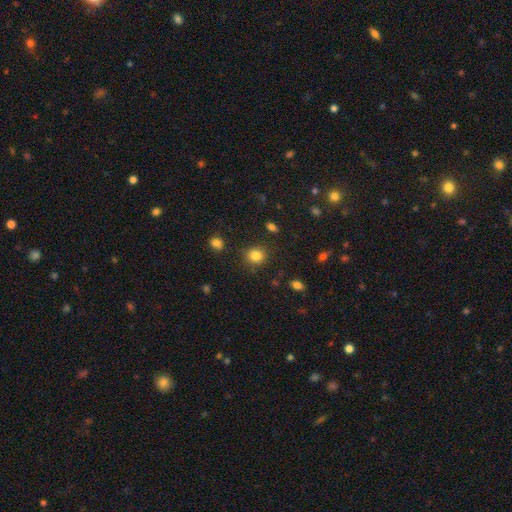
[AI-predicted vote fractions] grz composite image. It shows a smooth galaxy with no disk features (83%) that is round (85%). Merging: none (85%).